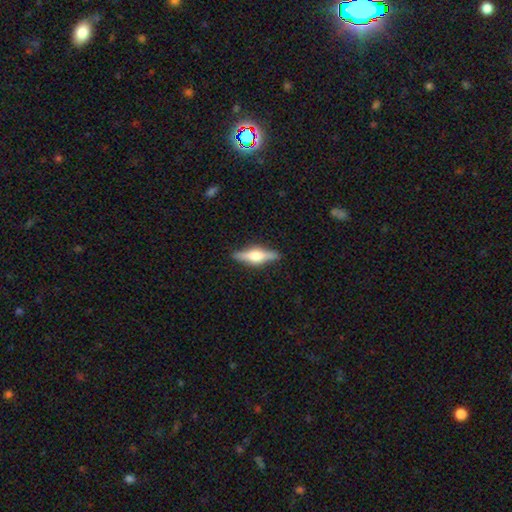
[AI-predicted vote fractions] Q: Smooth or featured?
A: featured or disk (66%); runner-up: smooth (28%)
Q: Edge-on disk?
A: yes (97%); runner-up: no (3%)
Q: Edge-on bulge?
A: rounded (91%); runner-up: boxy (7%)
Q: Merging?
A: none (89%); runner-up: minor disturbance (8%)